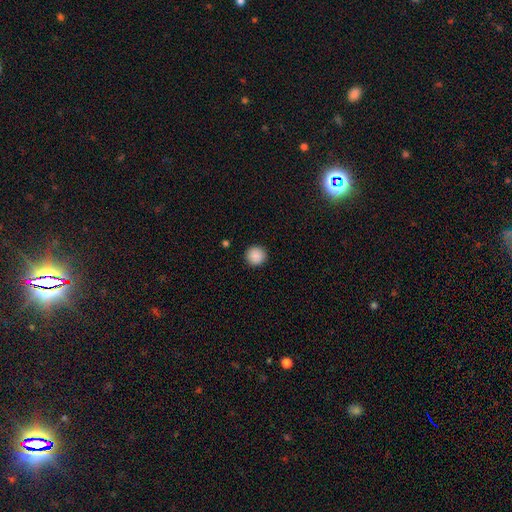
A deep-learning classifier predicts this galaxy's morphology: Smooth or featured? Predicted: smooth (p=0.89). How rounded? Predicted: round (p=0.95). Merging? Predicted: none (p=0.92).